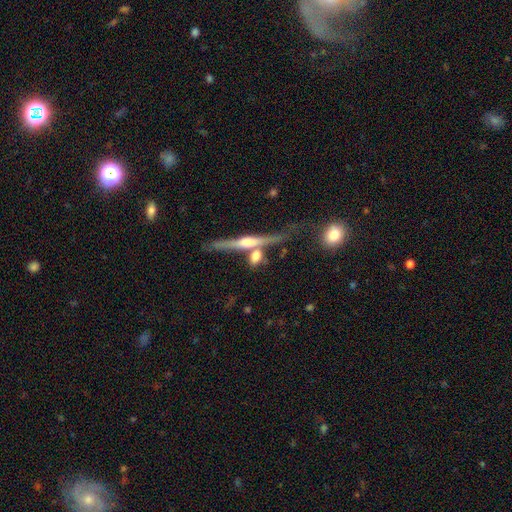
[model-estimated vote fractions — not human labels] smooth_or_featured: featured or disk (p=0.54) [alt: smooth p=0.37]
disk_edge_on: yes (p=0.91) [alt: no p=0.09]
merging: none (p=0.59) [alt: merger p=0.23]